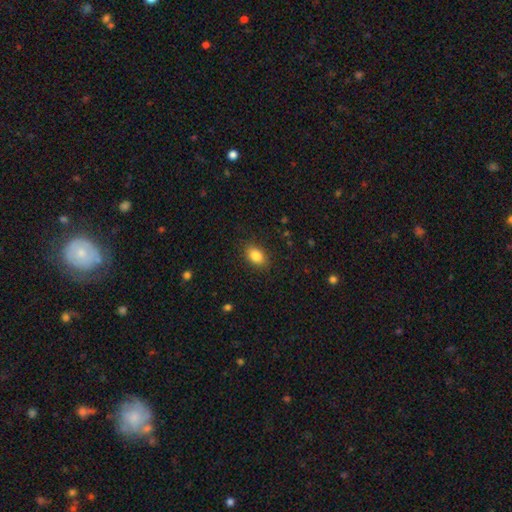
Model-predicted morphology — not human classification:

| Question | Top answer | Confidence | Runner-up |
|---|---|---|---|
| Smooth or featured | smooth | 85% | star or artifact (9%) |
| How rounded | in between | 83% | round (16%) |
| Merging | none | 86% | minor disturbance (10%) |